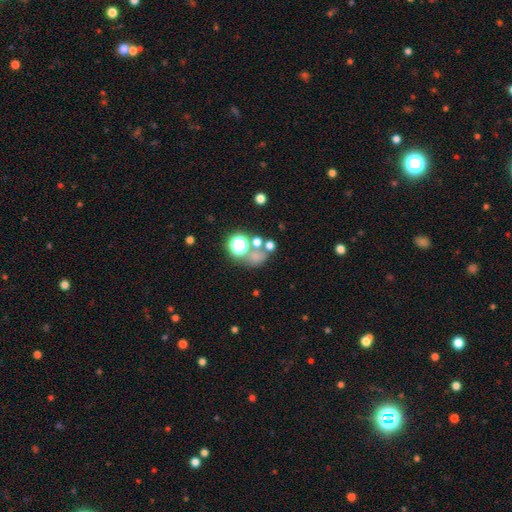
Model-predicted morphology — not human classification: This appears to be a smooth galaxy with no disk features (52%) that is round (69%). Merging: none (43%).